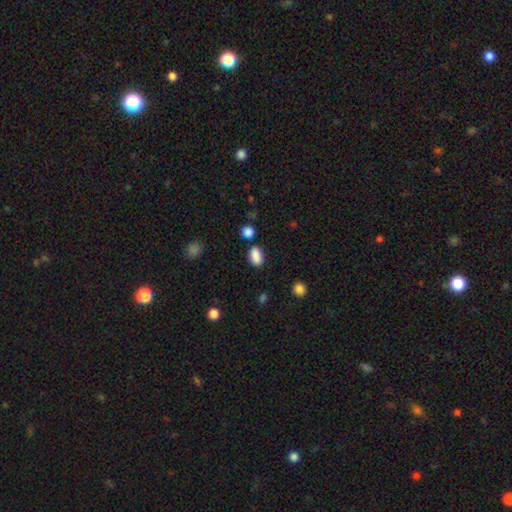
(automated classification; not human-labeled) A smooth galaxy with no disk features (88%) that is in between round and cigar-shaped (89%).

Vote fractions:
- Smooth or featured? smooth: 88% / star or artifact: 9% / featured or disk: 4%
- How rounded? in between: 89% / round: 9% / cigar-shaped: 2%
- Merging? none: 79% / minor disturbance: 12% / merger: 5% / major disturbance: 3%